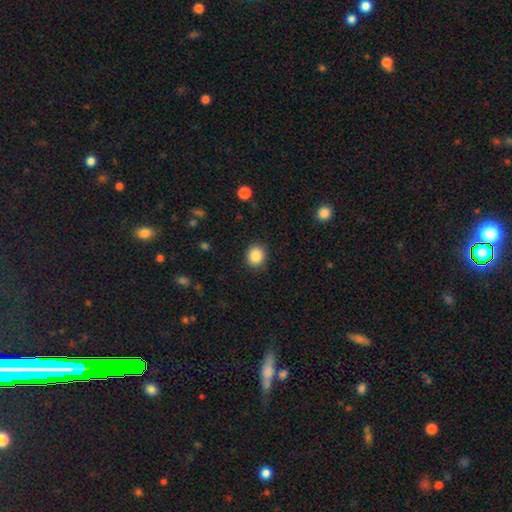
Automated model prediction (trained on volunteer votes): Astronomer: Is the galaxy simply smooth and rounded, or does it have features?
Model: smooth — 86%.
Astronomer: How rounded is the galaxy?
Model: round — 75%.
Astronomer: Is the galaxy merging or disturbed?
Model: none — 89%.